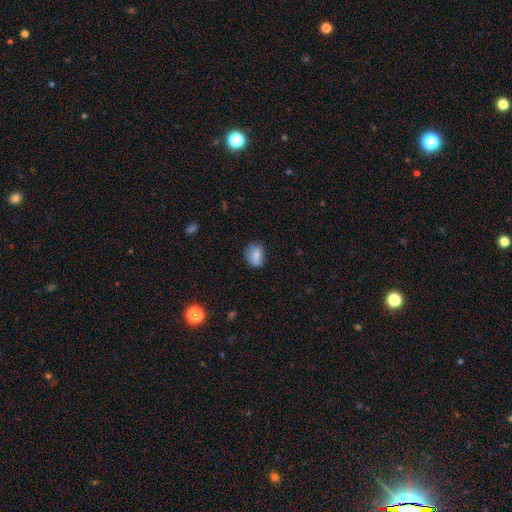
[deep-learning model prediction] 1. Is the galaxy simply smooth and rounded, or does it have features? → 83% smooth, 9% star or artifact, 9% featured or disk.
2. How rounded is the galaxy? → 66% in between, 32% round, 2% cigar-shaped.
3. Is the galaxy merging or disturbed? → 70% none, 23% minor disturbance, 5% major disturbance, 2% merger.